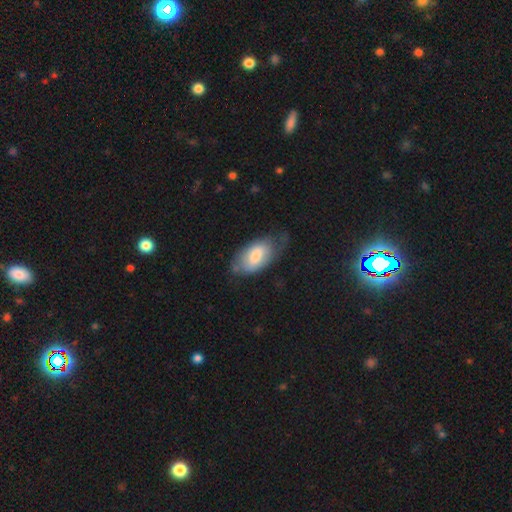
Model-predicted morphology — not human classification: smooth_or_featured: smooth (p=0.64) [alt: featured or disk p=0.30]
how_rounded: in between (p=0.93) [alt: cigar-shaped p=0.04]
merging: none (p=0.50) [alt: minor disturbance p=0.33]